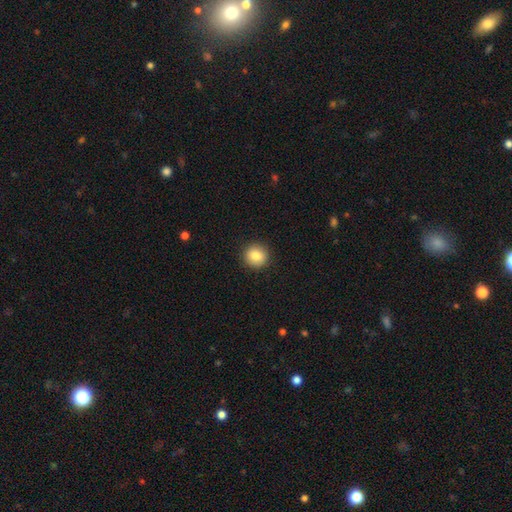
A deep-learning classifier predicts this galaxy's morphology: Smooth or featured? smooth (85%)
How rounded? round (92%)
Merging? none (92%)